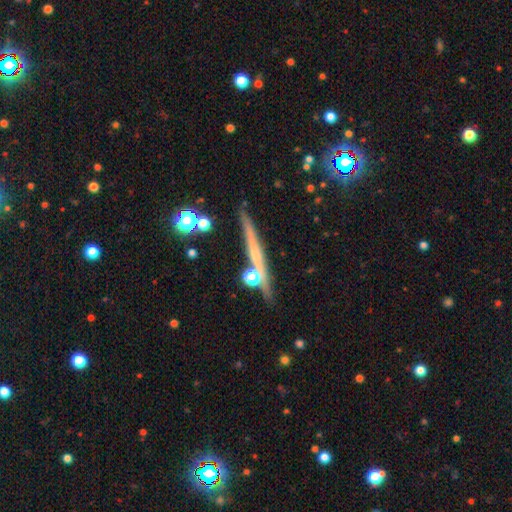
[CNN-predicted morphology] This appears to be a featured or disk galaxy (57%) viewed edge-on (95%) with no central bulge (66%). Merging: none (81%).